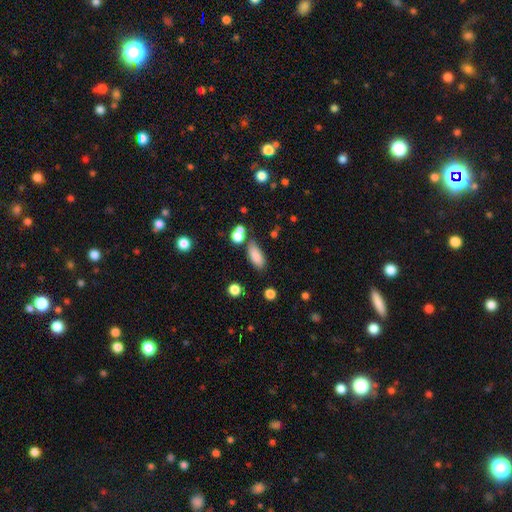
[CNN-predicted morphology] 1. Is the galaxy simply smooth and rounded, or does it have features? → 84% smooth, 9% star or artifact, 7% featured or disk.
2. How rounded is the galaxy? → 80% in between, 16% cigar-shaped, 4% round.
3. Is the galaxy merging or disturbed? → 71% none, 16% minor disturbance, 8% merger, 5% major disturbance.